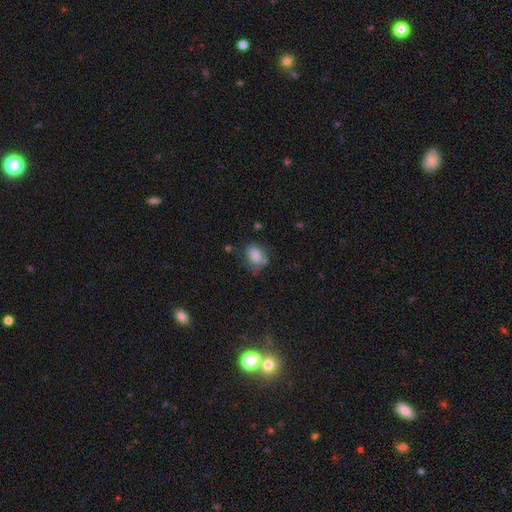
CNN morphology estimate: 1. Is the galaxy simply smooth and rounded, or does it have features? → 77% smooth, 14% featured or disk, 10% star or artifact.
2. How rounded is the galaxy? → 72% in between, 27% round, 2% cigar-shaped.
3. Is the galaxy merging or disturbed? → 52% none, 27% minor disturbance, 12% major disturbance, 9% merger.